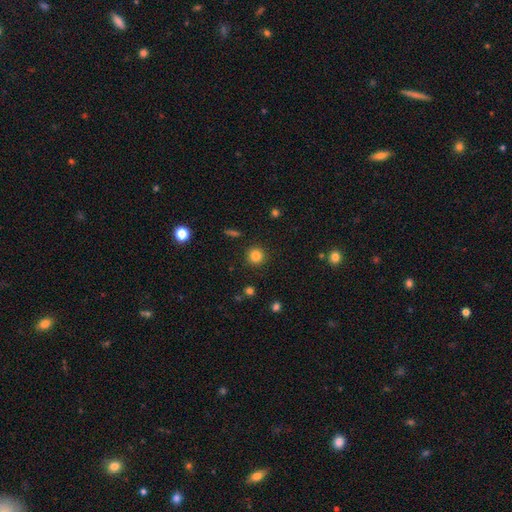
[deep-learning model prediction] A smooth galaxy with no disk features (83%) that is round (94%). Merging: none (91%).